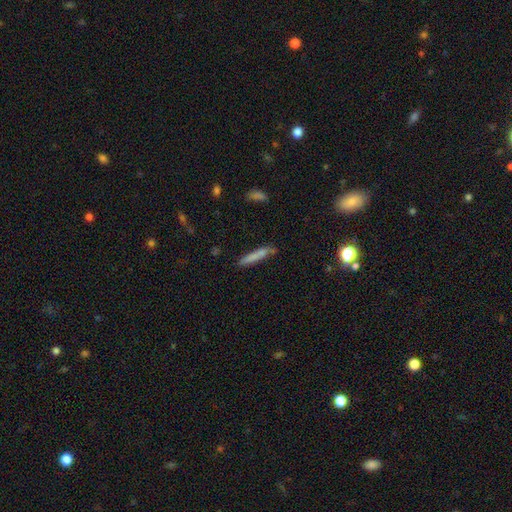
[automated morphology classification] Smooth or featured? smooth (73%)
How rounded? cigar-shaped (93%)
Merging? none (76%)